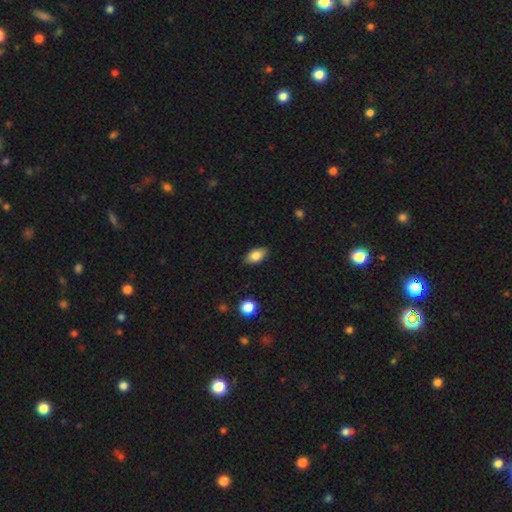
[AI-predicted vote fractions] A smooth galaxy with no disk features (82%) that is in between round and cigar-shaped (90%).

Vote fractions:
- Smooth or featured? smooth: 82% / featured or disk: 10% / star or artifact: 8%
- How rounded? in between: 90% / round: 7% / cigar-shaped: 3%
- Merging? none: 86% / minor disturbance: 11% / major disturbance: 2% / merger: 1%